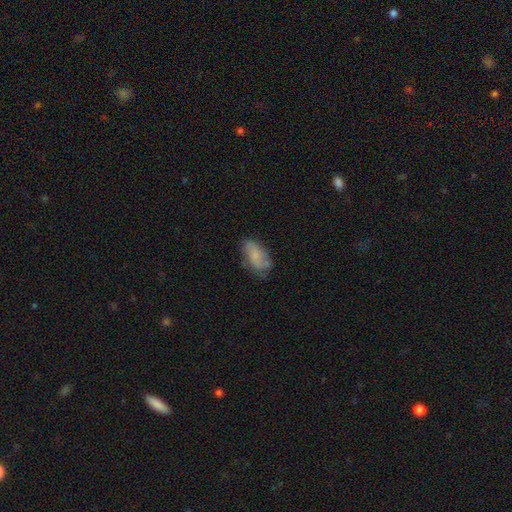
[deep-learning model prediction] Overall: smooth (66%; featured or disk 26%). How rounded: in between (91%). Merging: none (60%; minor disturbance 28%).